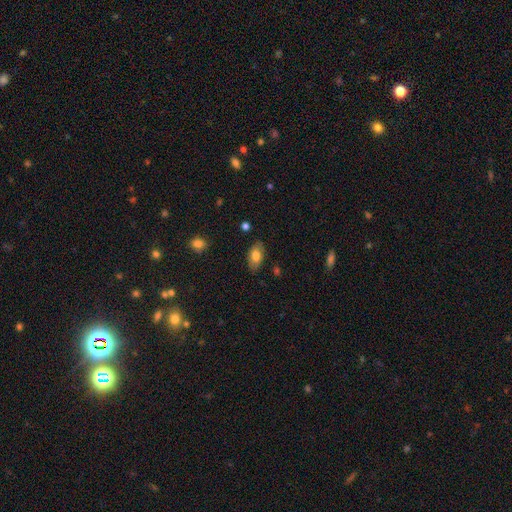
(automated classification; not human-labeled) Smooth or featured? smooth (75%)
How rounded? in between (93%)
Merging? none (83%)